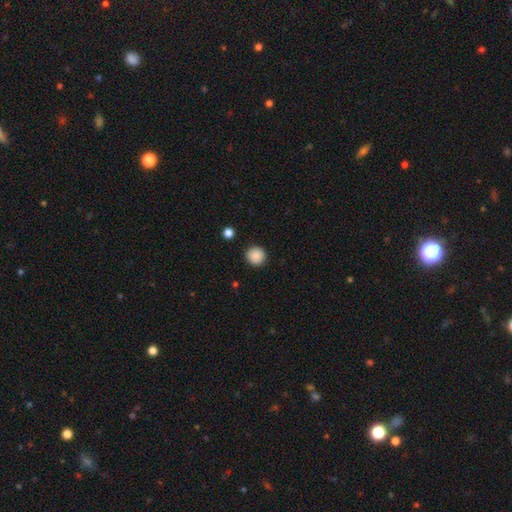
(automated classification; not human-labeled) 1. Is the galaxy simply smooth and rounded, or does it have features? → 88% smooth, 9% star or artifact, 2% featured or disk.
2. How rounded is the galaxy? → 94% round, 5% in between, 1% cigar-shaped.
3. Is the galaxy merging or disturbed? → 91% none, 6% minor disturbance, 2% major disturbance, 1% merger.